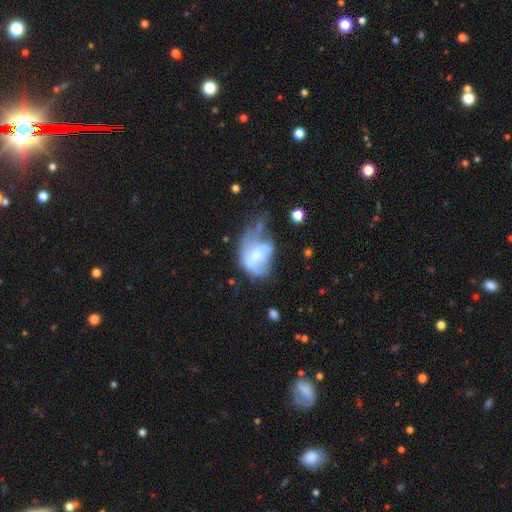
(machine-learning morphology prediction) Smooth or featured?
  - featured or disk: 47% *
  - smooth: 43%
  - star or artifact: 9%
Merging?
  - major disturbance: 44% *
  - minor disturbance: 23%
  - none: 16%
  - merger: 16%